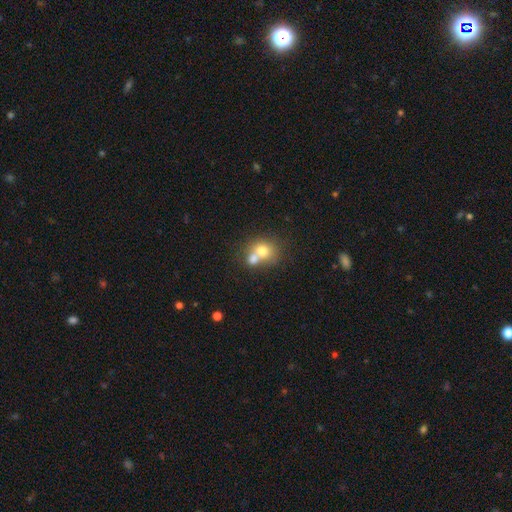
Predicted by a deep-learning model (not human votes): The model was most divided on "merging": merger: 57%, none: 33%, minor disturbance: 7%, major disturbance: 3%. More confident: how rounded — round (73%); smooth or featured — smooth (69%).